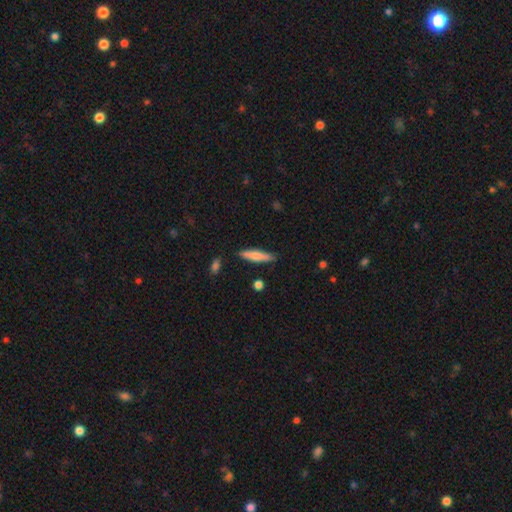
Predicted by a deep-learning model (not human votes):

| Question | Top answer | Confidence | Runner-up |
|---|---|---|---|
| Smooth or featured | smooth | 66% | featured or disk (28%) |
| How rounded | cigar-shaped | 84% | in between (15%) |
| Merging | none | 85% | minor disturbance (11%) |